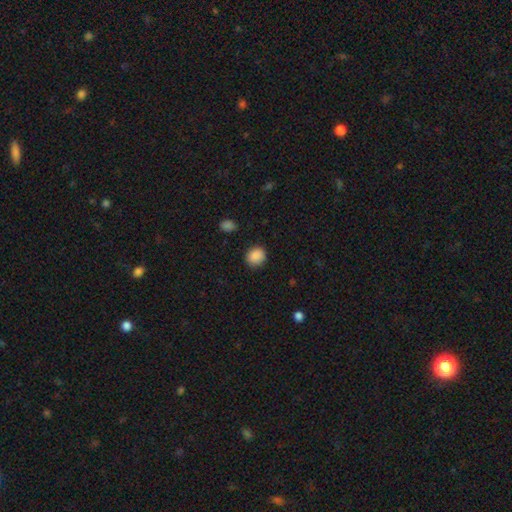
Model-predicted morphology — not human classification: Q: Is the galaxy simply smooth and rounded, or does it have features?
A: smooth — 88%.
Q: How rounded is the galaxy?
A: round — 78%.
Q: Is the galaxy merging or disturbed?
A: none — 88%.